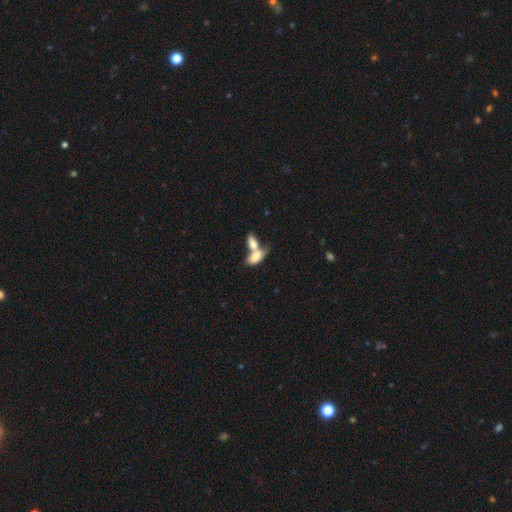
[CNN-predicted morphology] Smooth or featured? Predicted: smooth (p=0.76). How rounded? Predicted: in between (p=0.86). Merging? Predicted: merger (p=0.70).